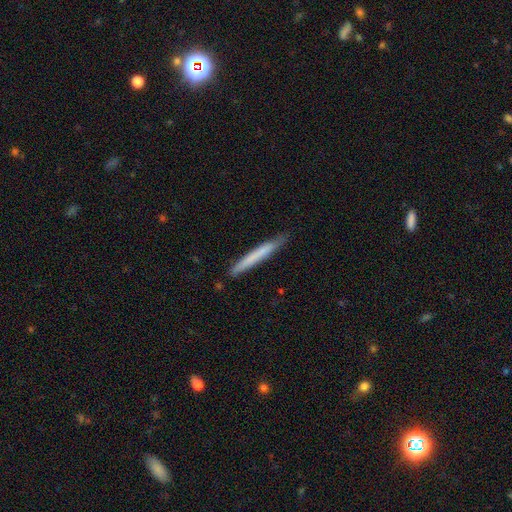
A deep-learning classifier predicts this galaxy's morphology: Smooth or featured: smooth — 66% (featured or disk — 28%)
How rounded: cigar-shaped — 97% (in between — 2%)
Merging: none — 84% (minor disturbance — 13%)